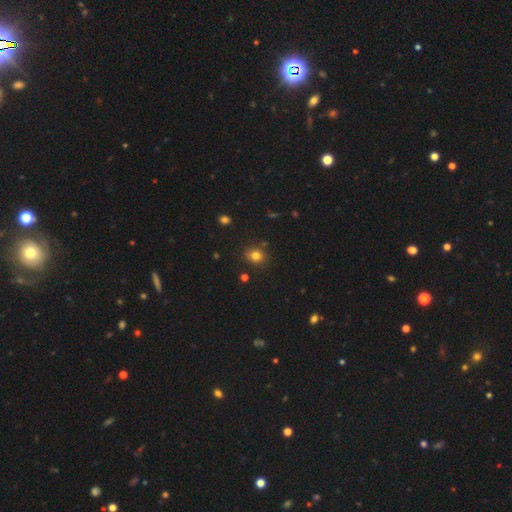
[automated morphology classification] Overall: smooth (78%). How rounded: round (74%). Merging: none (83%).